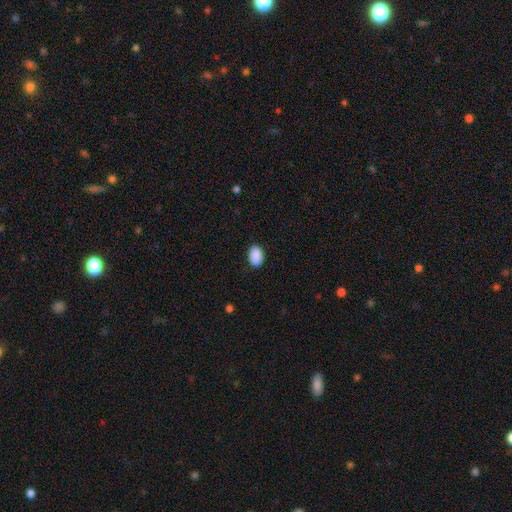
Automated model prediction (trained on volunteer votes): This appears to be a smooth galaxy with no disk features (90%) that is in between round and cigar-shaped (85%). Merging: none (86%).